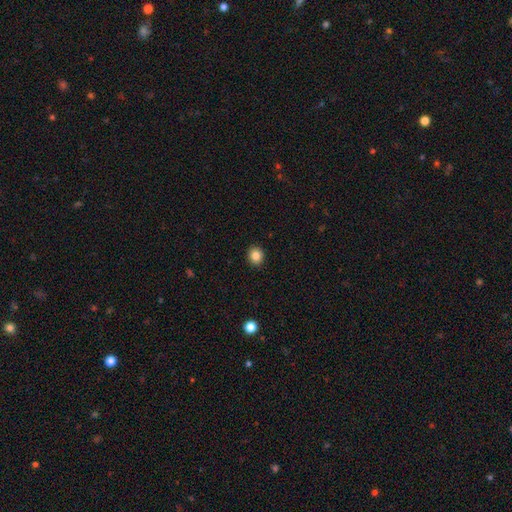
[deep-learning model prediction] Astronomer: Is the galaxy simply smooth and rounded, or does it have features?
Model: smooth — 84%.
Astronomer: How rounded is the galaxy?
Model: round — 77%.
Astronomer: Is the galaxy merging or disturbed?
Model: none — 92%.